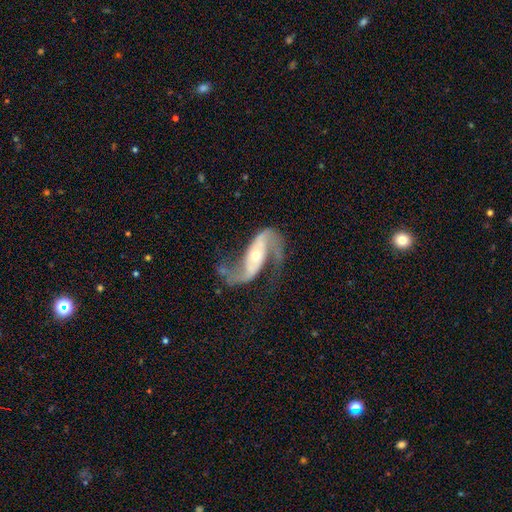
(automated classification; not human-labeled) Smooth or featured?
  - featured or disk: 91% *
  - smooth: 5%
  - star or artifact: 4%
Edge-on disk?
  - no: 96% *
  - yes: 4%
Bar?
  - no: 40% *
  - strong: 33%
  - weak: 27%
Spiral arms?
  - yes: 96% *
  - no: 4%
Spiral winding?
  - loose: 67% *
  - medium: 26%
  - tight: 7%
Spiral arm count?
  - 2: 93% *
  - 1: 2%
  - can't tell: 2%
  - 3: 1%
  - 4: 1%
  - more than 4: 1%
Bulge size?
  - small: 48% *
  - moderate: 47%
  - large: 3%
  - none: 1%
  - dominant: 1%
Merging?
  - none: 64% *
  - major disturbance: 17%
  - minor disturbance: 16%
  - merger: 3%